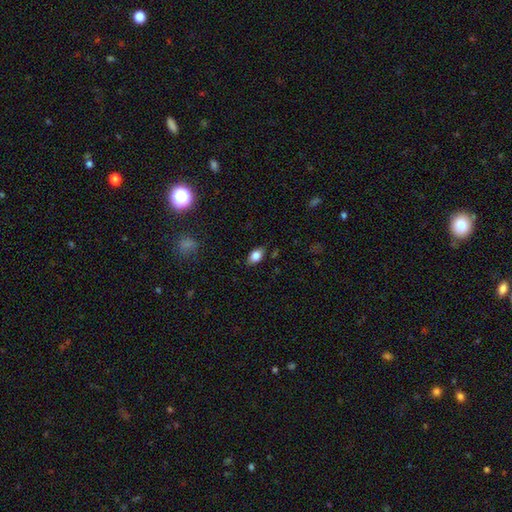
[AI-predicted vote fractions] A smooth galaxy with no disk features (80%) that is in between round and cigar-shaped (88%). Merging: none (83%).